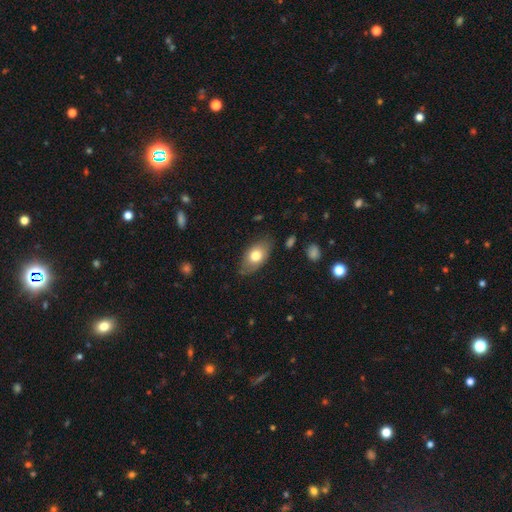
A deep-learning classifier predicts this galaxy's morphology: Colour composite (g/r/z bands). It shows a smooth galaxy with no disk features (73%) that is in between round and cigar-shaped (90%). Merging: none (77%).